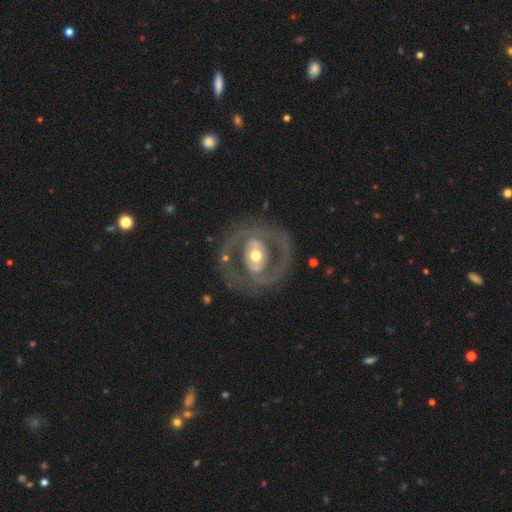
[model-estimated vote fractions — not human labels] Morphology: type=featured or disk (82%); edge-on=no (96%); bar=no (42%); spiral arms=yes (69%); winding=medium (48%); arm count=2 (82%); bulge=moderate (70%); merging=none (73%).